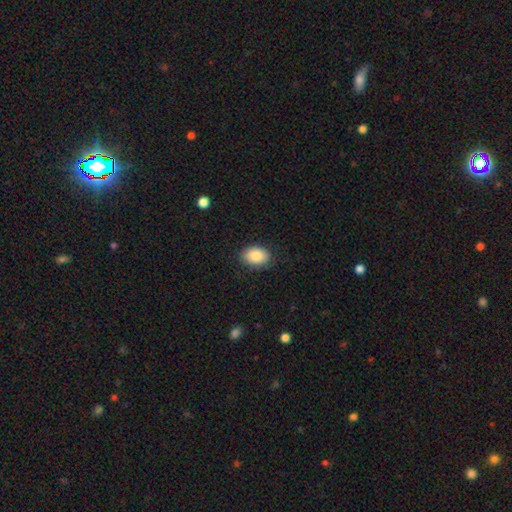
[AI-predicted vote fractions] The model was most divided on "how rounded": in between: 80%, round: 19%, cigar-shaped: 1%. More confident: smooth or featured — smooth (87%); merging — none (86%).